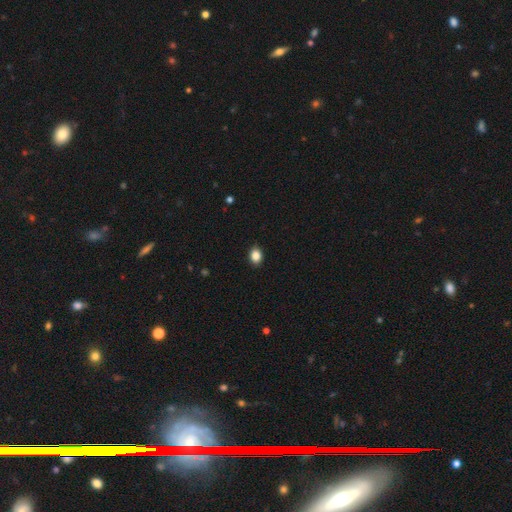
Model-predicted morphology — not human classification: The model was most divided on "how rounded": in between: 58%, round: 41%, cigar-shaped: 1%. More confident: merging — none (89%); smooth or featured — smooth (86%).